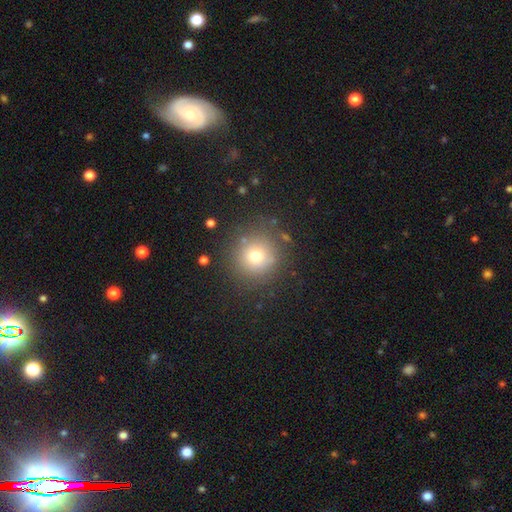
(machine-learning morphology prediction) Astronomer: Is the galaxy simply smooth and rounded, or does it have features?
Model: smooth — 72%.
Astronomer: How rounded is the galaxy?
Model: round — 93%.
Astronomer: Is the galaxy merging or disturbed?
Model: none — 84%.